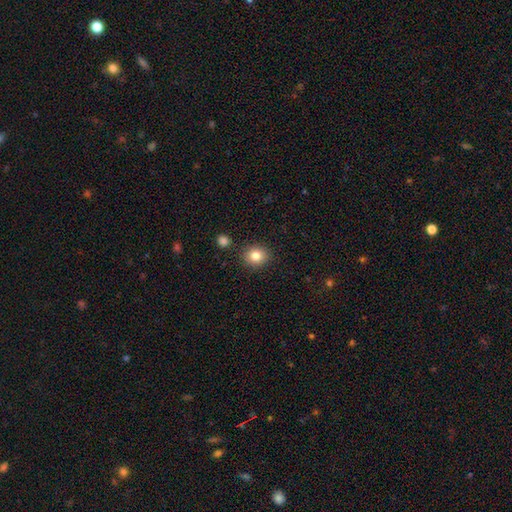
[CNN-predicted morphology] Q: Smooth or featured?
A: smooth (84%); runner-up: star or artifact (10%)
Q: How rounded?
A: round (78%); runner-up: in between (21%)
Q: Merging?
A: none (87%); runner-up: minor disturbance (7%)